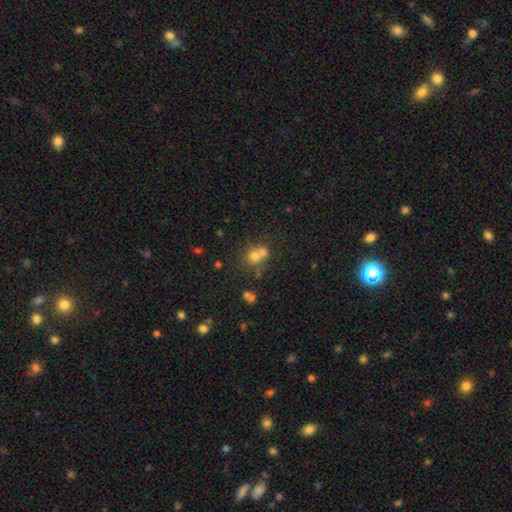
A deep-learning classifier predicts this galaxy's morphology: The model was most divided on "merging": merger: 48%, none: 41%, minor disturbance: 7%, major disturbance: 3%. More confident: how rounded — round (82%); smooth or featured — smooth (63%).